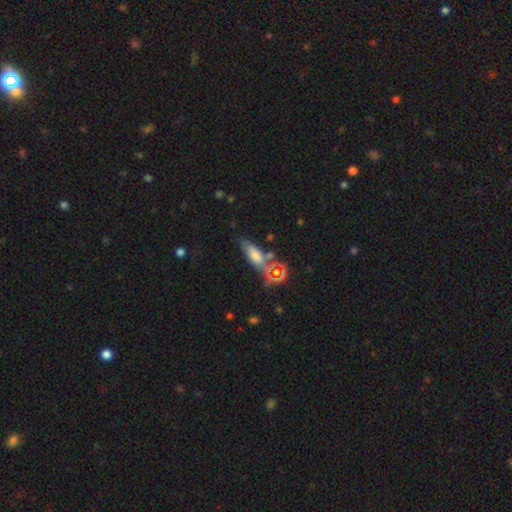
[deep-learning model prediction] A smooth galaxy with no disk features (67%) that is in between round and cigar-shaped (52%). Merging: none (59%).